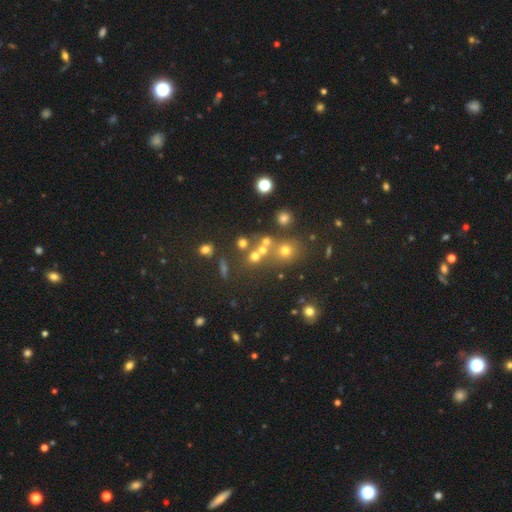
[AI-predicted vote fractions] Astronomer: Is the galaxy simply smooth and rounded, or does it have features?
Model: smooth — 48% (runner-up: star or artifact, 35%).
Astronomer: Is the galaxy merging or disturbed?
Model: none — 57%.